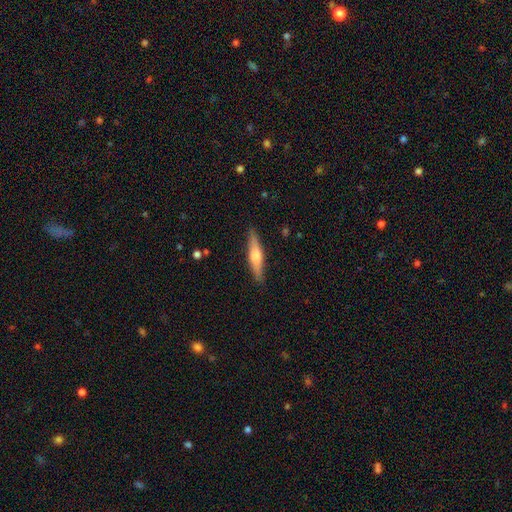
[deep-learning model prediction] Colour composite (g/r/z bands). It shows a smooth galaxy with no disk features (47%, tied with featured or disk). Merging: none (88%).